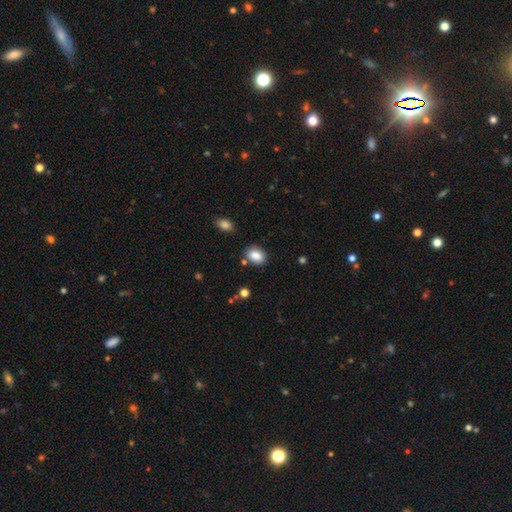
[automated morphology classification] Smooth or featured?
  - smooth: 86% *
  - star or artifact: 8%
  - featured or disk: 6%
How rounded?
  - in between: 69% *
  - round: 30%
  - cigar-shaped: 1%
Merging?
  - none: 80% *
  - minor disturbance: 12%
  - merger: 5%
  - major disturbance: 3%